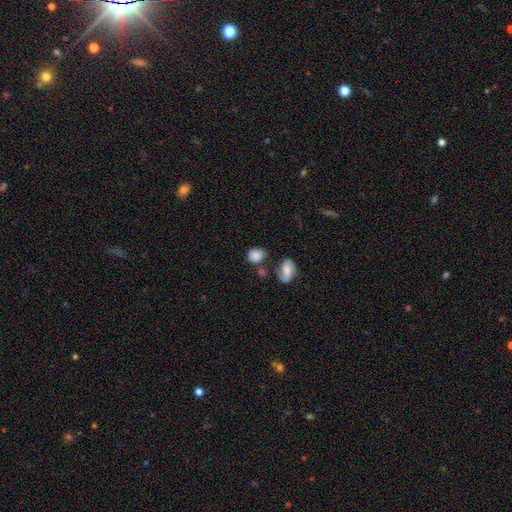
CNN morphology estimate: The model was most divided on "how rounded": round: 53%, in between: 45%, cigar-shaped: 1%. More confident: smooth or featured — smooth (81%); merging — none (57%).